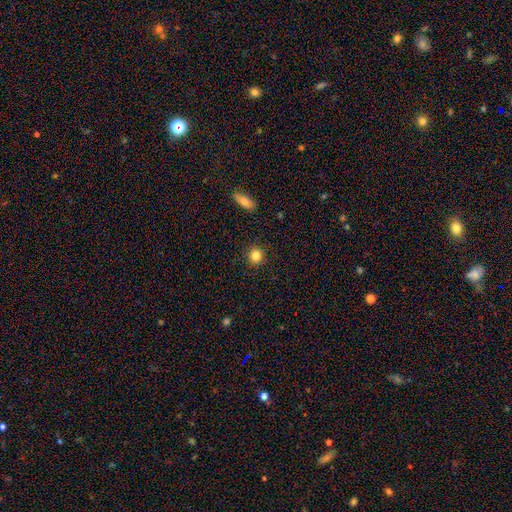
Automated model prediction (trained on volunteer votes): Smooth or featured?
  - smooth: 84% *
  - star or artifact: 11%
  - featured or disk: 5%
How rounded?
  - round: 90% *
  - in between: 9%
  - cigar-shaped: 1%
Merging?
  - none: 92% *
  - minor disturbance: 5%
  - major disturbance: 2%
  - merger: 1%